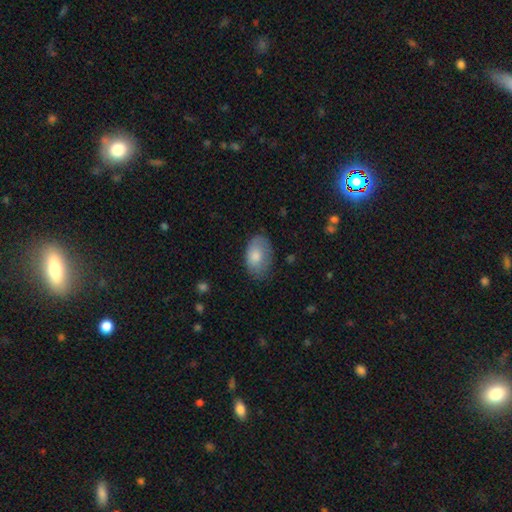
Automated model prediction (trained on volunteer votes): Morphology: type=smooth (79%); roundness=in between (92%); merging=none (64%).